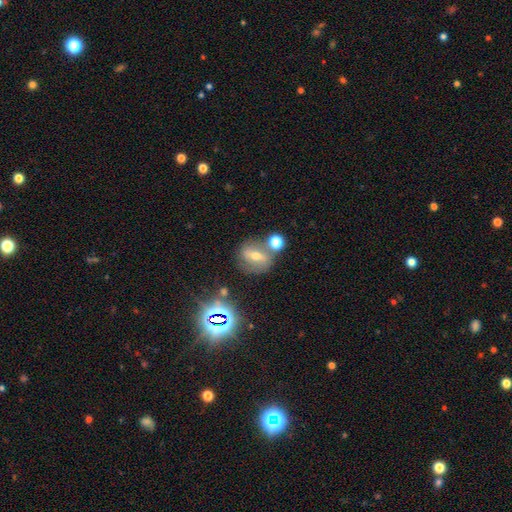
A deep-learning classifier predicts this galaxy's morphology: type=featured or disk (45%); merging=none (61%).